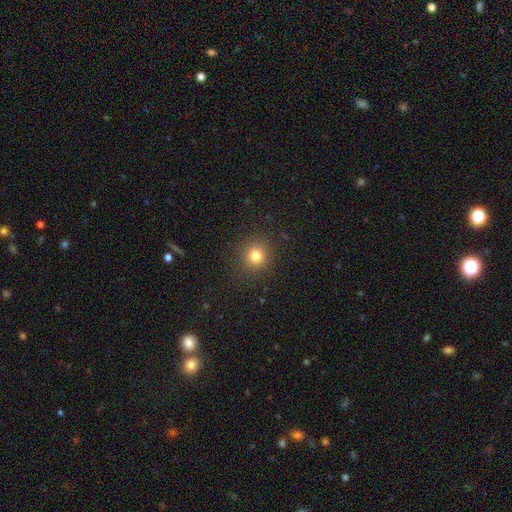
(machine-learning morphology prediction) A smooth galaxy with no disk features (79%) that is round (90%). Merging: none (89%).